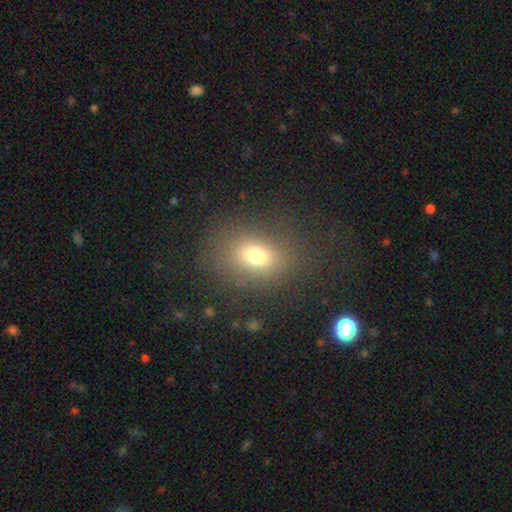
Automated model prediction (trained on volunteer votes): smooth 72%, star or artifact 15%, featured or disk 13%. Down the decision tree: how rounded — in between (59%); merging — none (79%).